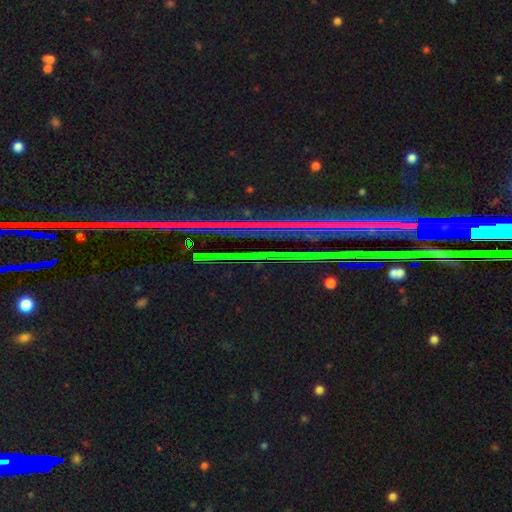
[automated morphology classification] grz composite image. It shows a star or artifact, not a galaxy (86%).